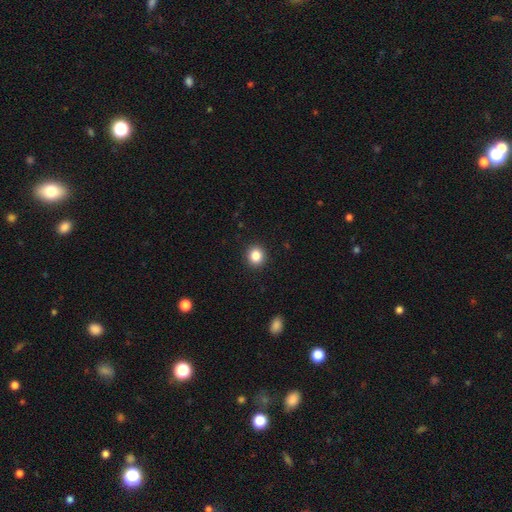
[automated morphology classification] Smooth or featured: smooth — 85% (star or artifact — 10%)
How rounded: round — 85% (in between — 14%)
Merging: none — 92% (minor disturbance — 5%)